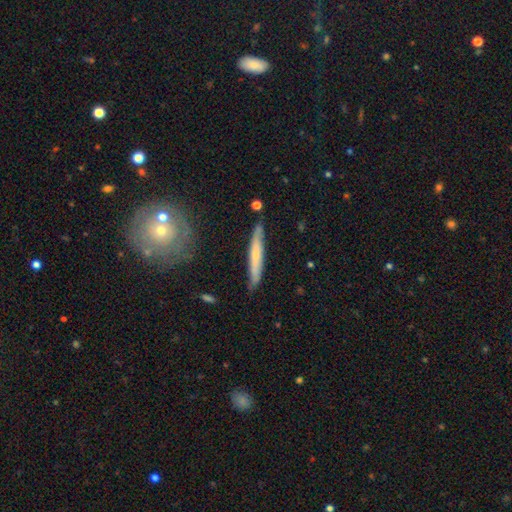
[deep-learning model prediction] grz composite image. It shows a smooth galaxy with no disk features (52%) that is cigar-shaped (95%). Merging: none (81%).